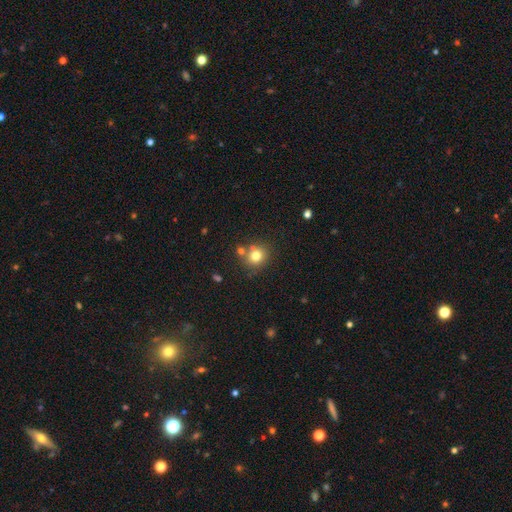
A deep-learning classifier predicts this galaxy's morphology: Smooth or featured? Predicted: smooth (p=0.78). How rounded? Predicted: round (p=0.85). Merging? Predicted: none (p=0.69).